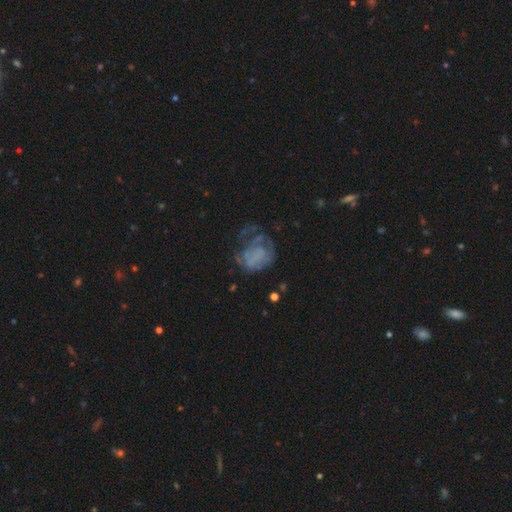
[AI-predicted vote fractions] featured or disk 53%, smooth 33%, star or artifact 15%. Down the decision tree: edge-on disk — no (98%); bar — no (87%); spiral arms — no (72%); bulge size — none (76%); merging — major disturbance (42%).